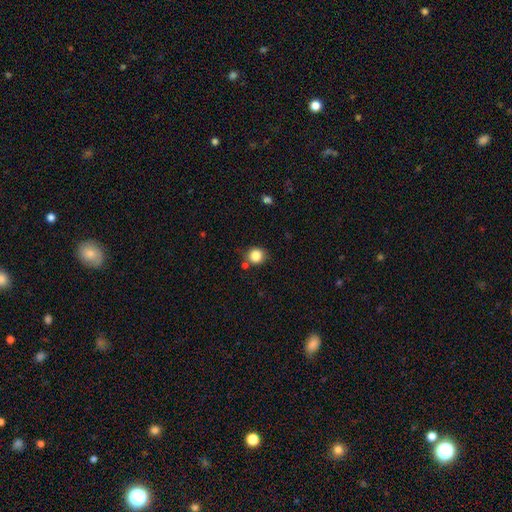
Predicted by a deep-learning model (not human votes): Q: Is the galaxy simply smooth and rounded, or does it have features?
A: smooth — 85%.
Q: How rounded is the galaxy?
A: round — 87%.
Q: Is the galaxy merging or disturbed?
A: none — 76%.